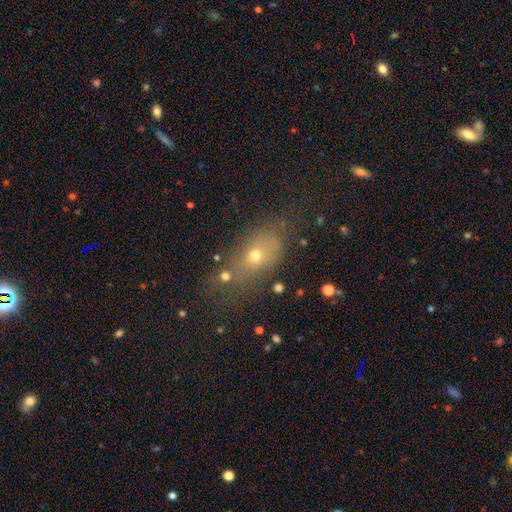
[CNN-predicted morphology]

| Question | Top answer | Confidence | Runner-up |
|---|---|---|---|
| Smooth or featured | smooth | 62% | star or artifact (19%) |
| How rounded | in between | 69% | round (25%) |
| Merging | none | 55% | minor disturbance (19%) |